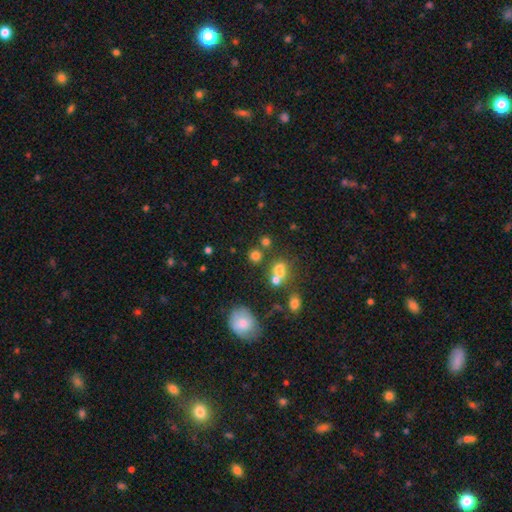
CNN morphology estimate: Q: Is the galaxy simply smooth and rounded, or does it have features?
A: smooth — 72%.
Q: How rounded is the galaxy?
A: round — 83%.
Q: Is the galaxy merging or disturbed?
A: none — 61%.